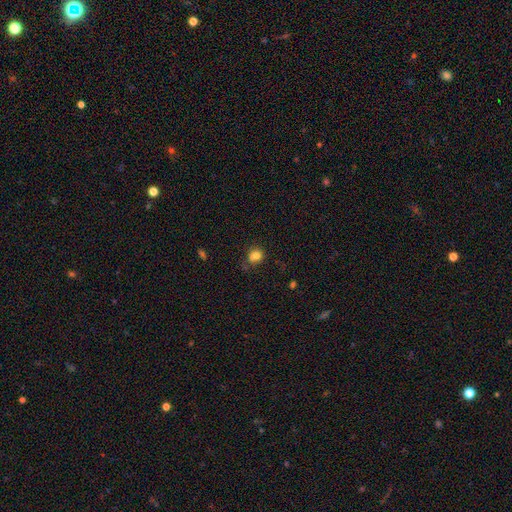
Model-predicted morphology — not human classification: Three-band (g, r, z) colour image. It shows a smooth galaxy with no disk features (78%) that is round (78%). Merging: none (58%).